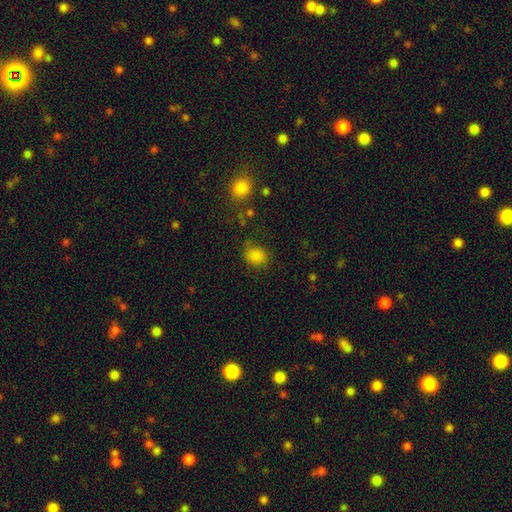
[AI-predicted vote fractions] Morphology: type=smooth (83%); roundness=round (63%); merging=none (73%).